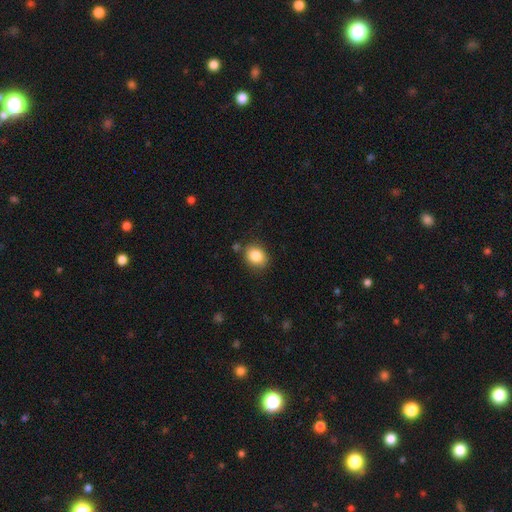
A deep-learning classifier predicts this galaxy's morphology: This appears to be a smooth galaxy with no disk features (85%) that is round (56%). Merging: none (80%).